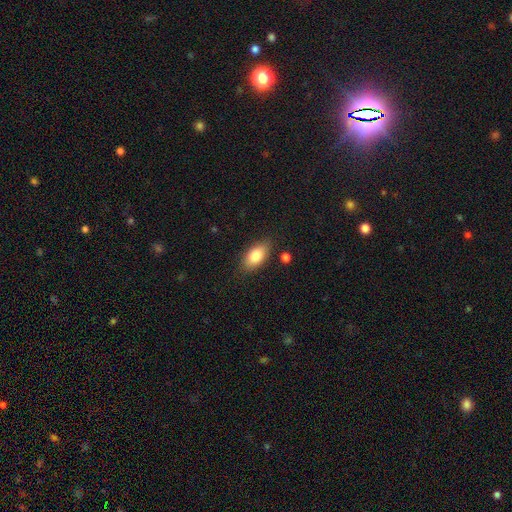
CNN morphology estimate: Overall: smooth (81%). How rounded: in between (90%). Merging: none (82%).